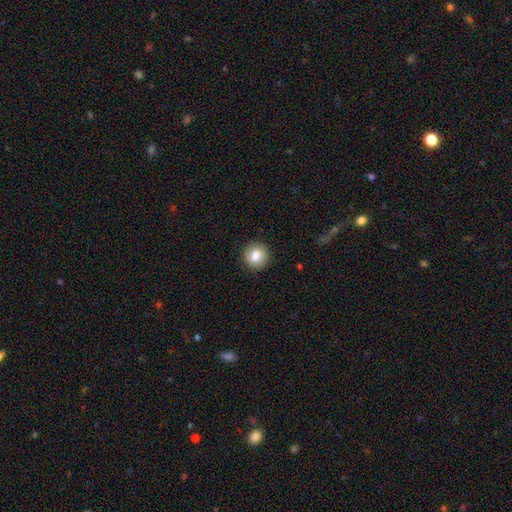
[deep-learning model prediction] smooth-or-featured: smooth: 81% | featured or disk: 10% | star or artifact: 9%
  how-rounded: round: 88% | in between: 11% | cigar-shaped: 1%
  merging: none: 91% | minor disturbance: 6% | major disturbance: 2% | merger: 1%